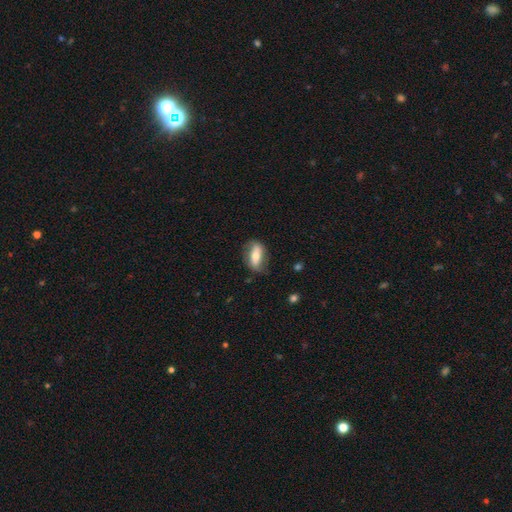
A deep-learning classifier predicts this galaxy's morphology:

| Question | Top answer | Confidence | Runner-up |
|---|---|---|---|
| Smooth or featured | smooth | 50% | featured or disk (44%) |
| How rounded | in between | 77% | cigar-shaped (17%) |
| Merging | none | 69% | minor disturbance (21%) |